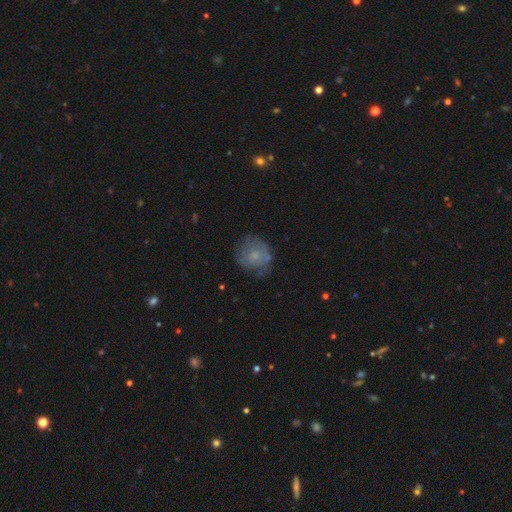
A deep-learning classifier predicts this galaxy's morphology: A smooth galaxy with no disk features (50%).

Vote fractions:
- Smooth or featured? smooth: 50% / featured or disk: 40% / star or artifact: 10%
- Merging? none: 62% / minor disturbance: 24% / major disturbance: 12% / merger: 2%